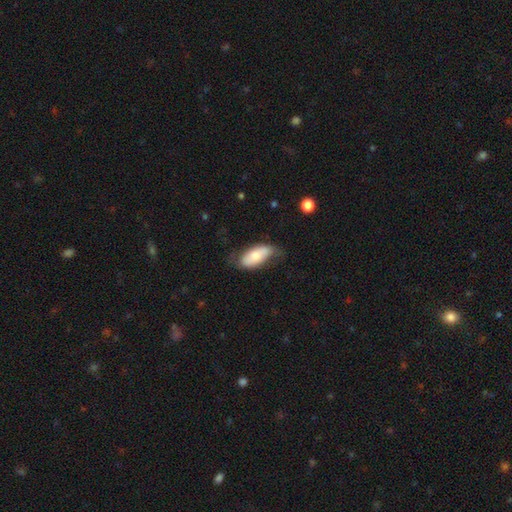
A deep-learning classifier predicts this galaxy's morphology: A smooth galaxy with no disk features (67%) that is in between round and cigar-shaped (89%). Merging: none (56%).